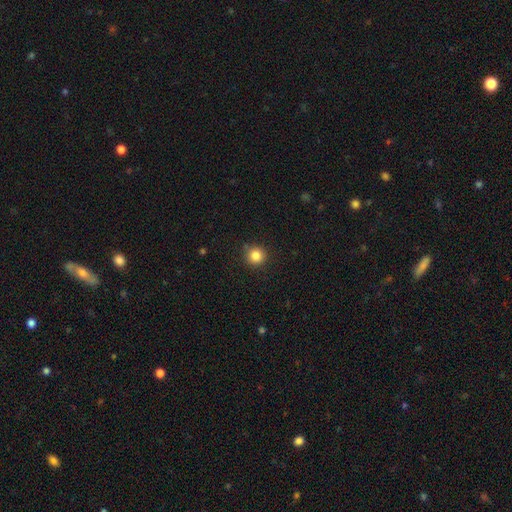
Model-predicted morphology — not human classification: smooth 84%, star or artifact 11%, featured or disk 4%. Down the decision tree: how rounded — round (94%); merging — none (88%).